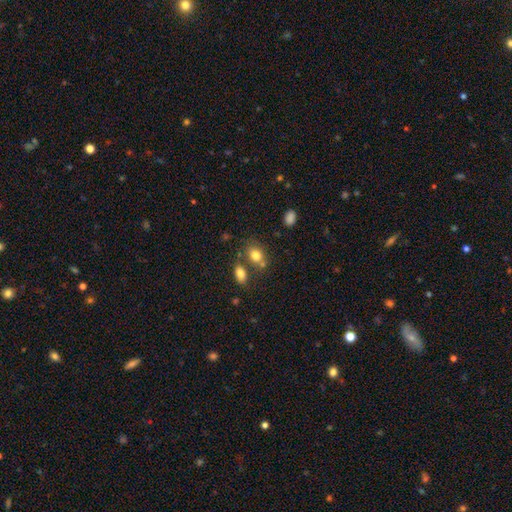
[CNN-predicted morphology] Smooth or featured? Predicted: smooth (p=0.80). How rounded? Predicted: in between (p=0.69). Merging? Predicted: none (p=0.57).